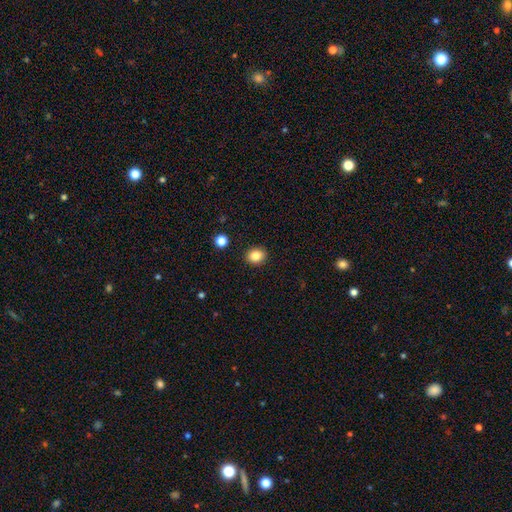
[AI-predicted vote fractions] Morphology: type=smooth (84%); roundness=round (66%); merging=none (91%).